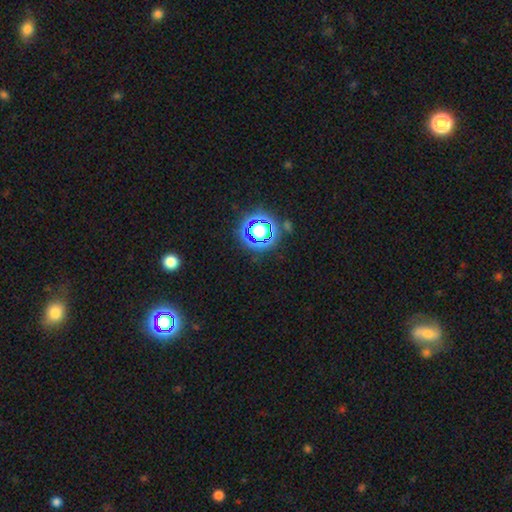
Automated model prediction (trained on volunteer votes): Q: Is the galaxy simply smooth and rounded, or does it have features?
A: star or artifact — 79%.